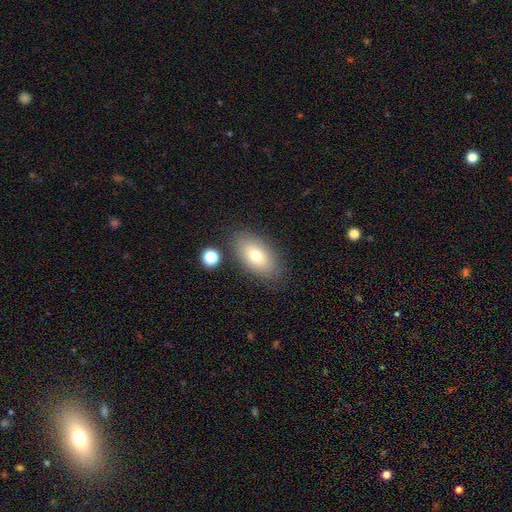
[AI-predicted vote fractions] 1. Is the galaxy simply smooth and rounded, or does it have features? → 73% smooth, 18% featured or disk, 9% star or artifact.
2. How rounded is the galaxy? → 92% in between, 5% round, 3% cigar-shaped.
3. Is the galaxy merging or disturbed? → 82% none, 11% minor disturbance, 3% major disturbance, 3% merger.